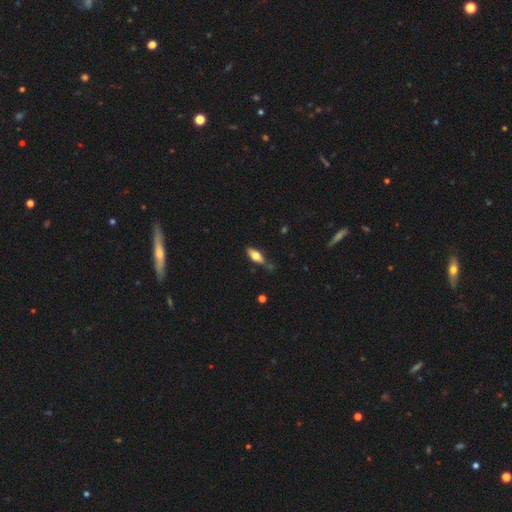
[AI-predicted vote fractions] Smooth or featured?
  - smooth: 61% *
  - featured or disk: 32%
  - star or artifact: 7%
How rounded?
  - in between: 71% *
  - cigar-shaped: 25%
  - round: 3%
Merging?
  - none: 70% *
  - minor disturbance: 21%
  - merger: 5%
  - major disturbance: 5%